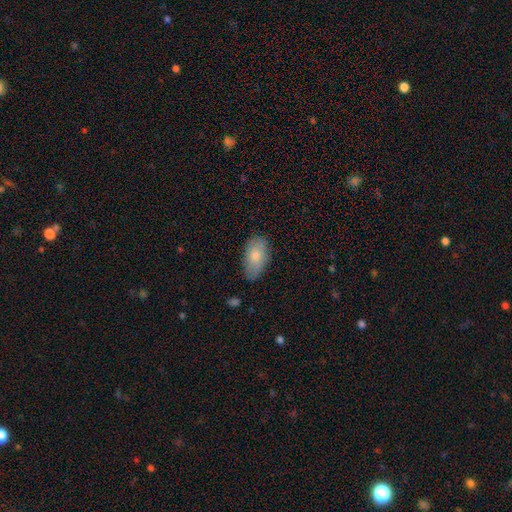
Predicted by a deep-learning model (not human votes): smooth-or-featured: smooth: 78% | featured or disk: 16% | star or artifact: 6%
  how-rounded: in between: 93% | round: 5% | cigar-shaped: 2%
  merging: none: 77% | minor disturbance: 19% | major disturbance: 3% | merger: 1%